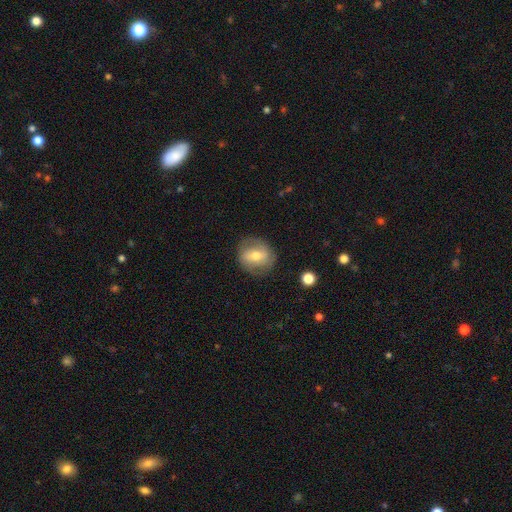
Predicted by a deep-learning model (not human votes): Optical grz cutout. It shows a featured or disk galaxy (47%). Merging: none (80%).